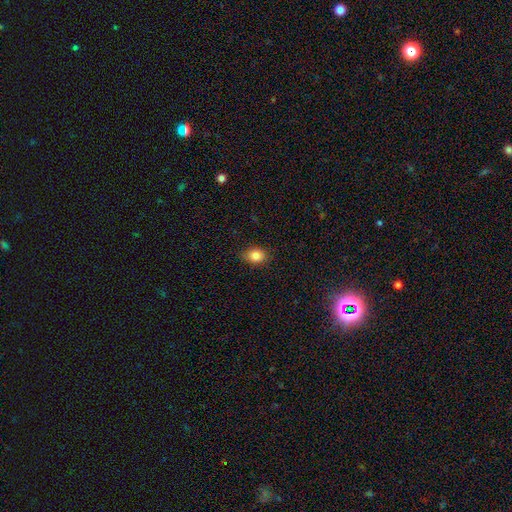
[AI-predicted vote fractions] A smooth galaxy with no disk features (84%) that is in between round and cigar-shaped (60%). Merging: none (82%).